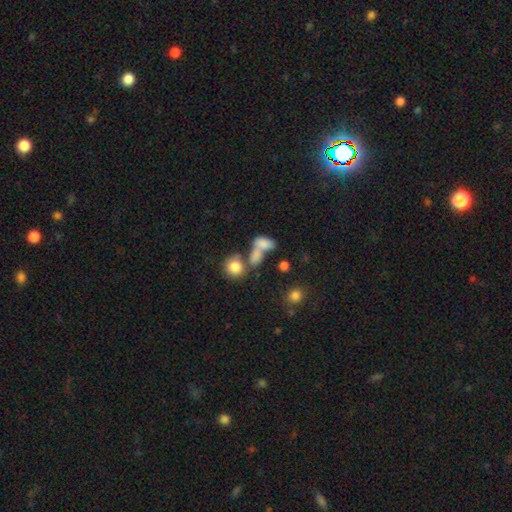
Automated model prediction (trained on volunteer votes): Smooth or featured?
  - smooth: 75% *
  - featured or disk: 13%
  - star or artifact: 12%
How rounded?
  - in between: 72% *
  - round: 24%
  - cigar-shaped: 4%
Merging?
  - merger: 53% *
  - none: 29%
  - minor disturbance: 10%
  - major disturbance: 8%